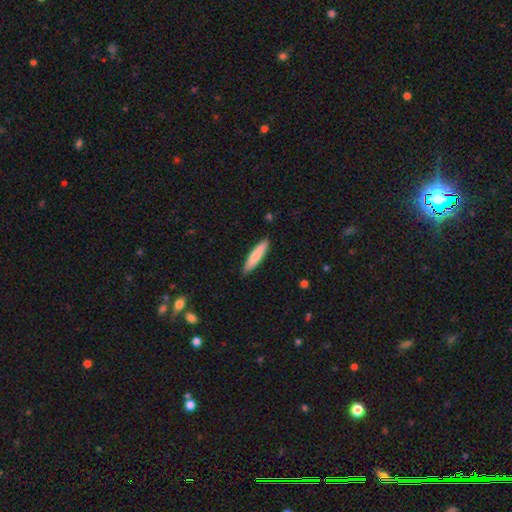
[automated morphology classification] Smooth or featured?
  - smooth: 80% *
  - featured or disk: 15%
  - star or artifact: 5%
How rounded?
  - cigar-shaped: 82% *
  - in between: 17%
  - round: 1%
Merging?
  - none: 89% *
  - minor disturbance: 8%
  - major disturbance: 2%
  - merger: 1%